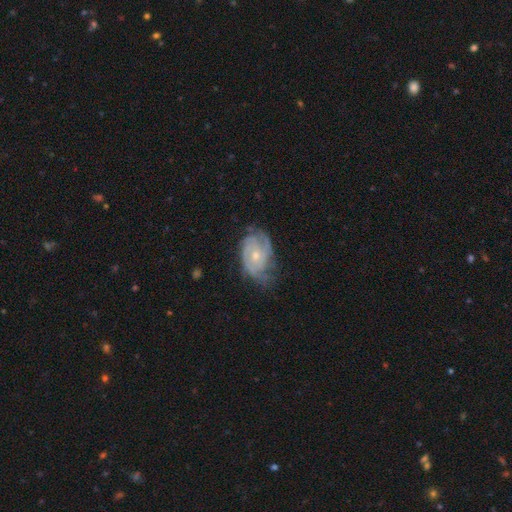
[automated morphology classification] A featured or disk galaxy (83%) with no bar (75%), 2 (33%) tight (63%) spiral arms (94%) and a small central bulge (59%). Merging: none (61%).